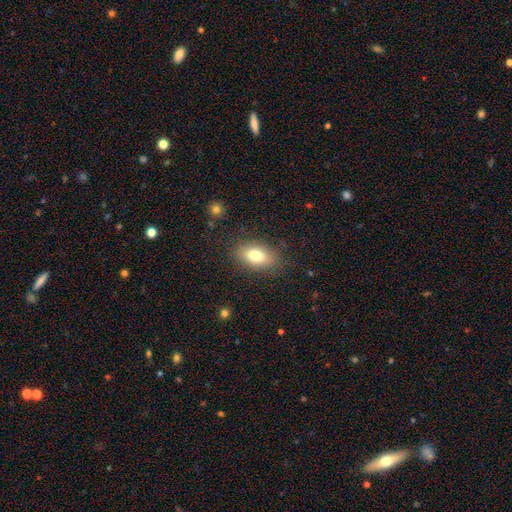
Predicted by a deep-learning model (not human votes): smooth_or_featured: smooth (p=0.79) [alt: featured or disk p=0.13]
how_rounded: in between (p=0.88) [alt: round p=0.07]
merging: none (p=0.84) [alt: minor disturbance p=0.11]